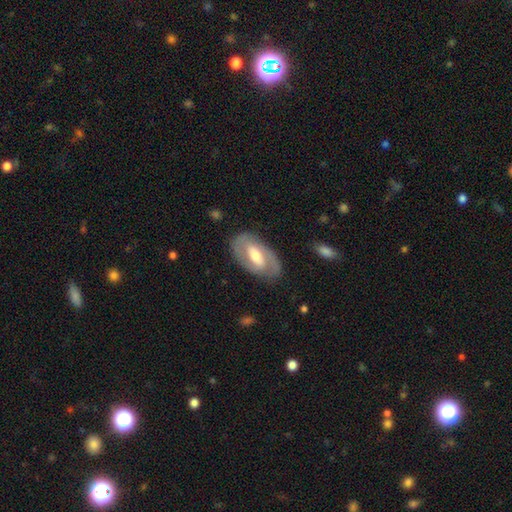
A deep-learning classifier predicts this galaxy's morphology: A featured or disk galaxy (73%) with a weak bar (41%), 2 (80%) tight (45%) spiral arms (76%) and a moderate central bulge (61%).

Vote fractions:
- Smooth or featured? featured or disk: 73% / smooth: 22% / star or artifact: 5%
- Edge-on disk? no: 94% / yes: 6%
- Bar? weak: 41% / strong: 39% / no: 20%
- Spiral arms? yes: 76% / no: 24%
- Spiral winding? tight: 45% / medium: 42% / loose: 14%
- Spiral arm count? 2: 80% / can't tell: 12% / 1: 5% / 3: 1% / 4: 1% / more than 4: 1%
- Bulge size? moderate: 61% / small: 23% / large: 13% / none: 2% / dominant: 1%
- Merging? none: 81% / minor disturbance: 13% / major disturbance: 5% / merger: 1%